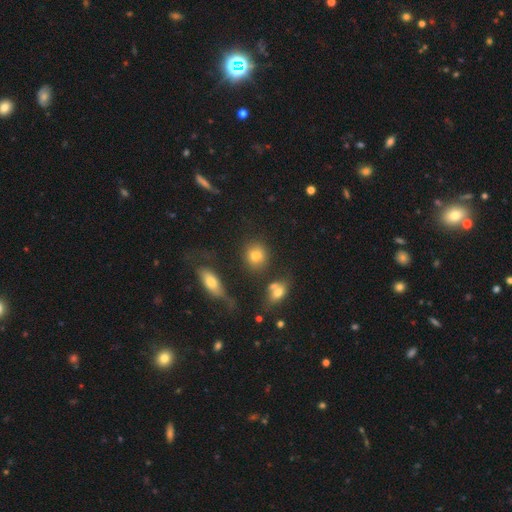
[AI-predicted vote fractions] A smooth galaxy with no disk features (76%) that is round (75%). Merging: none (72%).